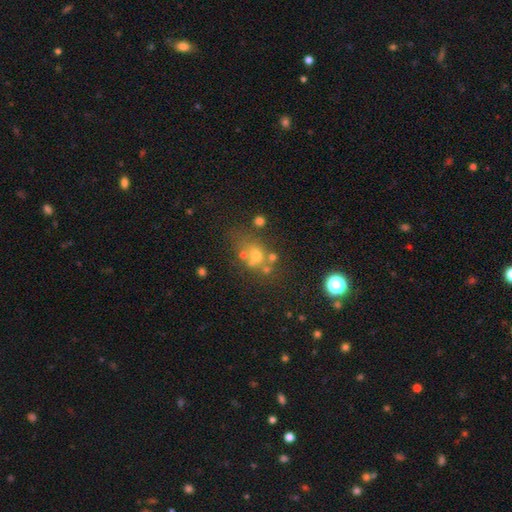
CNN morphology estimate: This is possibly a smooth galaxy (51%). How rounded: likely round (61%). Merging: possibly none (47%).